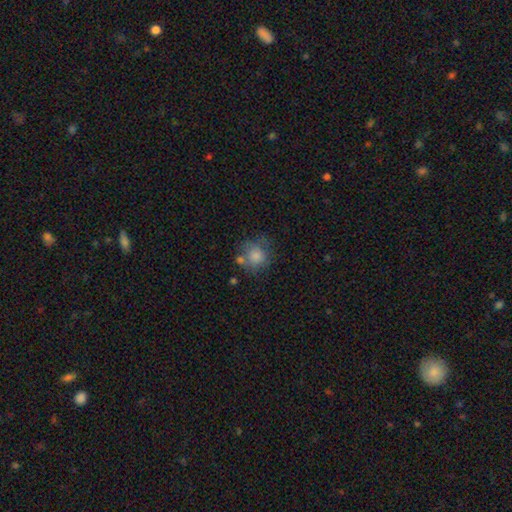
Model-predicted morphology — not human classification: Smooth or featured? smooth (78%)
How rounded? round (85%)
Merging? none (56%)